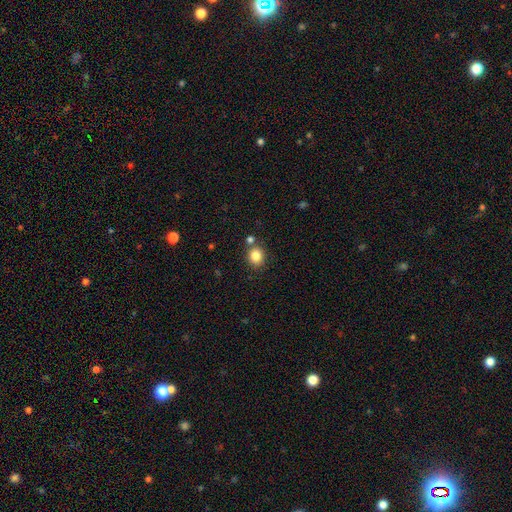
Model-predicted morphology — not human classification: A smooth galaxy with no disk features (84%) that is round (76%).

Vote fractions:
- Smooth or featured? smooth: 84% / star or artifact: 11% / featured or disk: 6%
- How rounded? round: 76% / in between: 23% / cigar-shaped: 1%
- Merging? none: 76% / merger: 12% / minor disturbance: 9% / major disturbance: 3%